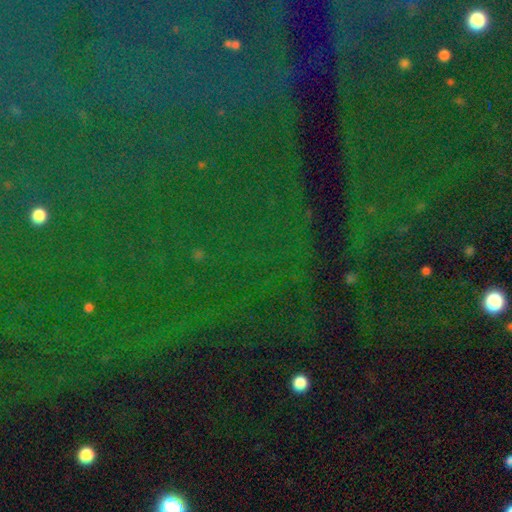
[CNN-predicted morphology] A star or artifact, not a galaxy (83%).

Vote fractions:
- Smooth or featured? star or artifact: 83% / smooth: 9% / featured or disk: 8%